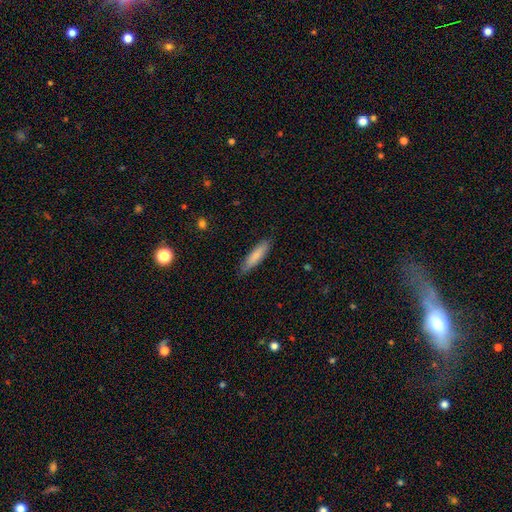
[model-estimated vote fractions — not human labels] A smooth galaxy with no disk features (82%) that is cigar-shaped (74%). Merging: none (84%).